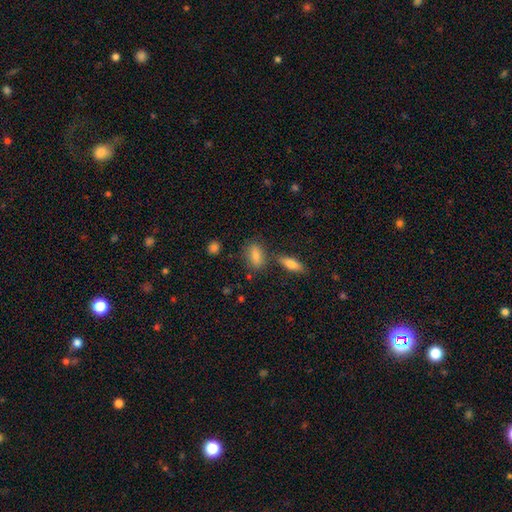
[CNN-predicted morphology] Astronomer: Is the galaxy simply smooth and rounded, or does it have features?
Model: smooth — 81%.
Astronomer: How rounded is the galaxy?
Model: in between — 81%.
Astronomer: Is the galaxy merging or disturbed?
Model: none — 71%.